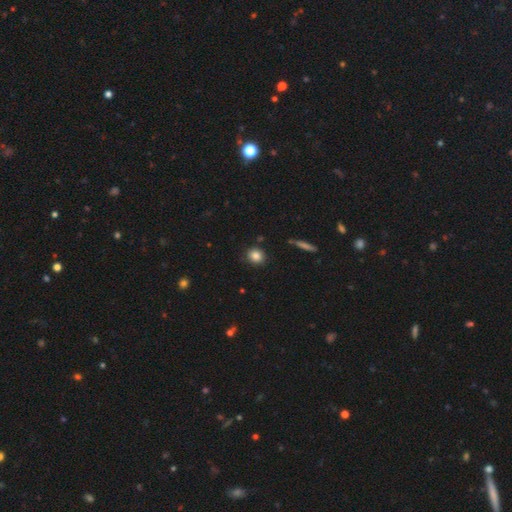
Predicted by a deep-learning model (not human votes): A smooth galaxy with no disk features (85%) that is round (75%). Merging: none (85%).